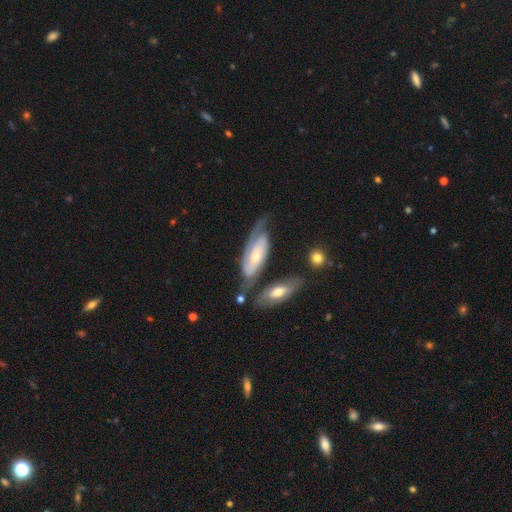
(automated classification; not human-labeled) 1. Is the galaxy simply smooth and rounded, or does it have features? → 72% featured or disk, 22% smooth, 5% star or artifact.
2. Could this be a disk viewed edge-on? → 87% no, 13% yes.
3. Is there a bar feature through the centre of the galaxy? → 58% no, 29% weak, 13% strong.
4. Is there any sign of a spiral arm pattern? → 91% yes, 9% no.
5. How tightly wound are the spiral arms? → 47% tight, 37% medium, 16% loose.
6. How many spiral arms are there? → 69% 2, 19% can't tell, 7% 1, 3% 3, 1% 4, 1% more than 4.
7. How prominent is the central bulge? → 57% small, 36% moderate, 3% large, 3% none, 1% dominant.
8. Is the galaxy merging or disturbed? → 51% none, 22% minor disturbance, 15% merger, 12% major disturbance.